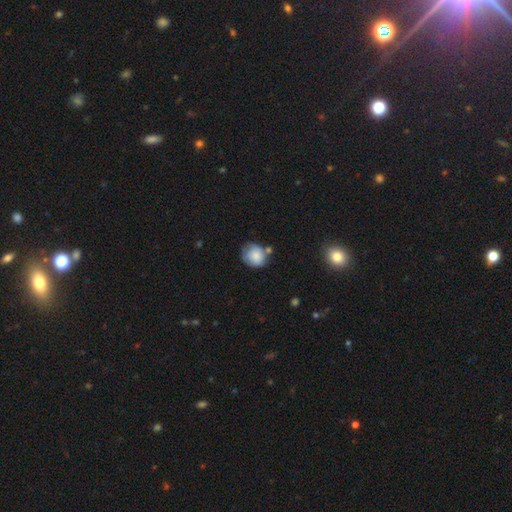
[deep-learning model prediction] Q: Smooth or featured?
A: smooth (77%); runner-up: featured or disk (15%)
Q: How rounded?
A: round (72%); runner-up: in between (27%)
Q: Merging?
A: none (53%); runner-up: minor disturbance (28%)